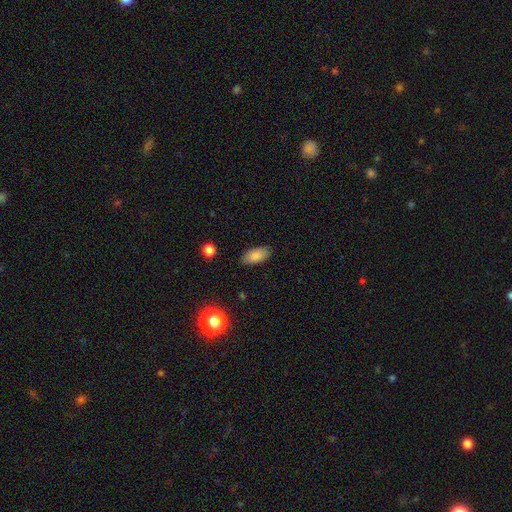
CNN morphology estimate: Smooth or featured? Predicted: smooth (p=0.85). How rounded? Predicted: in between (p=0.90). Merging? Predicted: none (p=0.86).